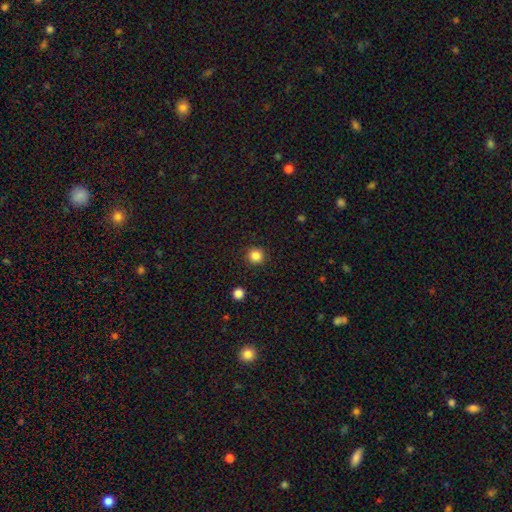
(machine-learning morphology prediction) smooth-or-featured: smooth: 85% | star or artifact: 12% | featured or disk: 4%
  how-rounded: round: 94% | in between: 5% | cigar-shaped: 1%
  merging: none: 91% | minor disturbance: 5% | major disturbance: 2% | merger: 1%